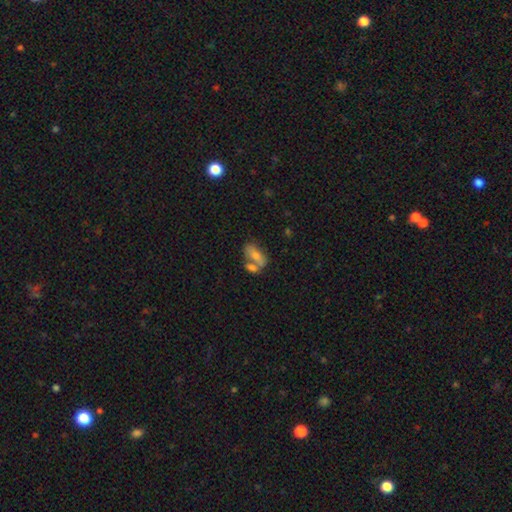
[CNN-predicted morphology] Smooth or featured? Predicted: smooth (p=0.61). How rounded? Predicted: in between (p=0.79). Merging? Predicted: merger (p=0.43).